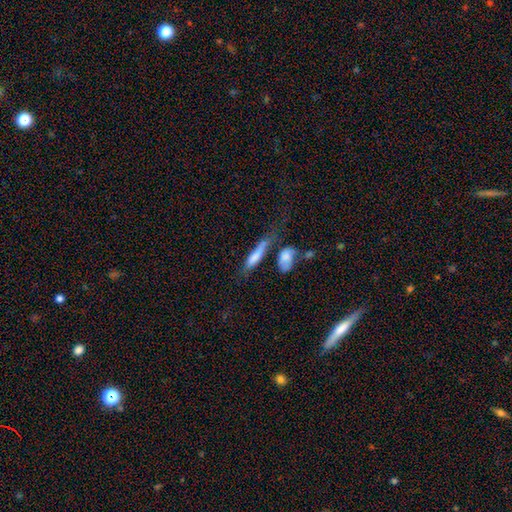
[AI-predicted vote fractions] Smooth or featured: smooth — 75% (featured or disk — 18%)
How rounded: cigar-shaped — 69% (in between — 28%)
Merging: none — 39% (merger — 24%)